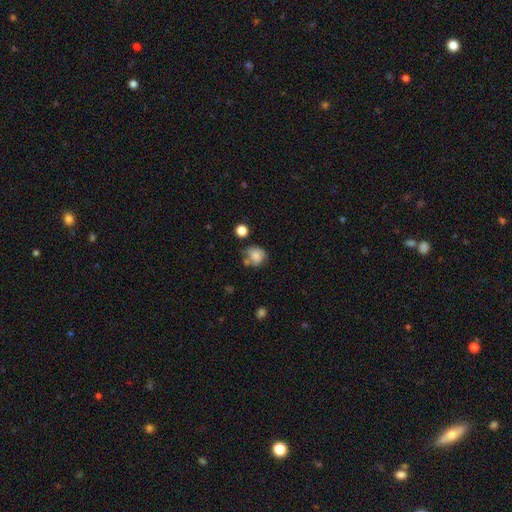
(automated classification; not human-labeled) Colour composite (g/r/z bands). It shows a smooth galaxy with no disk features (79%) that is round (74%). Merging: none (53%).